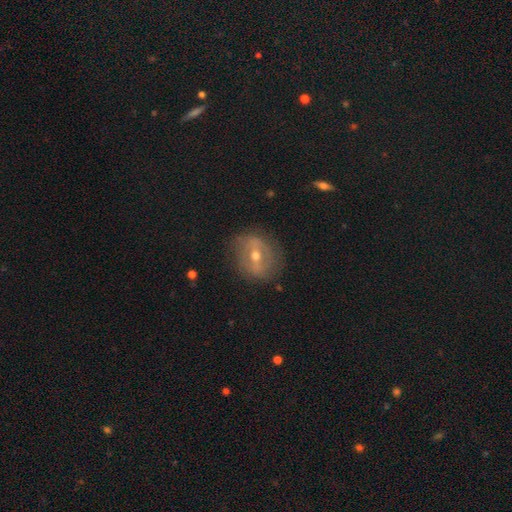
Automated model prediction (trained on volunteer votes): Smooth or featured: featured or disk — 69% (smooth — 22%)
Edge-on disk: no — 89% (yes — 11%)
Bar: strong — 50% (weak — 33%)
Spiral arms: no — 61% (yes — 39%)
Bulge size: moderate — 61% (small — 36%)
Merging: none — 77% (minor disturbance — 15%)